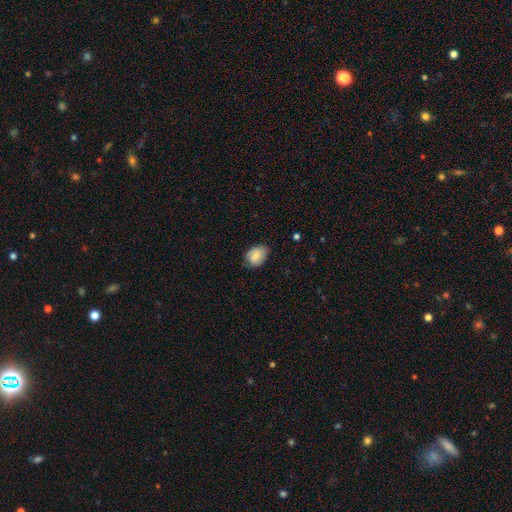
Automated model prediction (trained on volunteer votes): A smooth galaxy with no disk features (81%) that is in between round and cigar-shaped (76%).

Vote fractions:
- Smooth or featured? smooth: 81% / featured or disk: 12% / star or artifact: 7%
- How rounded? in between: 76% / round: 23% / cigar-shaped: 1%
- Merging? none: 71% / minor disturbance: 24% / major disturbance: 4% / merger: 1%